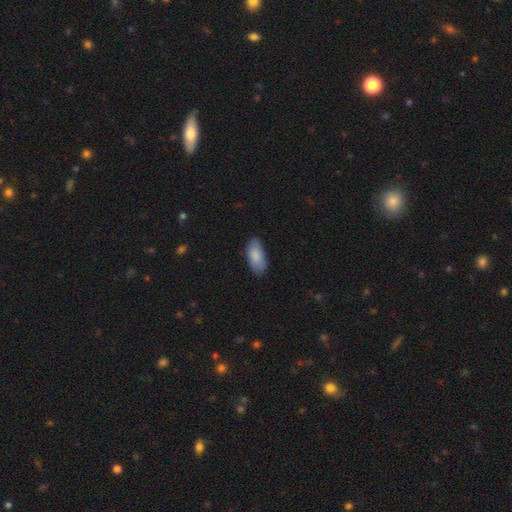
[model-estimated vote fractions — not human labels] Smooth or featured?
  - smooth: 86% *
  - featured or disk: 8%
  - star or artifact: 6%
How rounded?
  - in between: 89% *
  - cigar-shaped: 9%
  - round: 2%
Merging?
  - none: 80% *
  - minor disturbance: 16%
  - major disturbance: 3%
  - merger: 1%